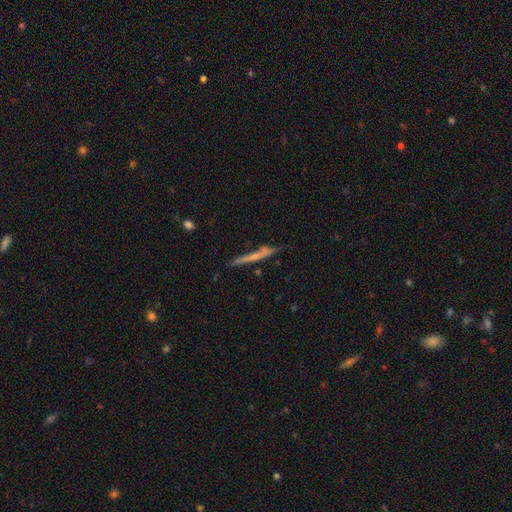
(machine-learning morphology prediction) smooth_or_featured: smooth (p=0.49) [alt: featured or disk p=0.43]
merging: none (p=0.74) [alt: minor disturbance p=0.17]